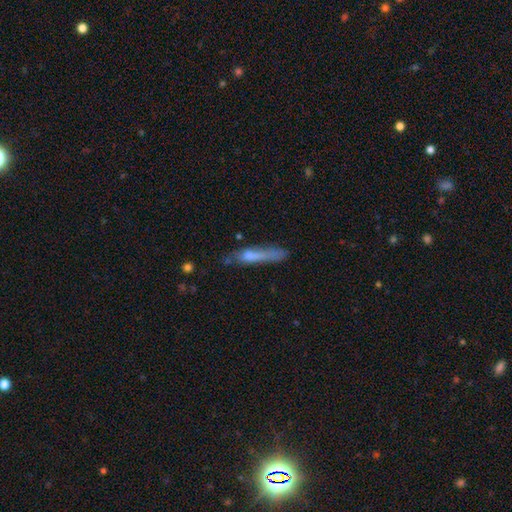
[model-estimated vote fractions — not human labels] smooth-or-featured: smooth: 60% | featured or disk: 31% | star or artifact: 9%
  how-rounded: cigar-shaped: 90% | in between: 9% | round: 2%
  merging: none: 53% | minor disturbance: 26% | major disturbance: 14% | merger: 7%